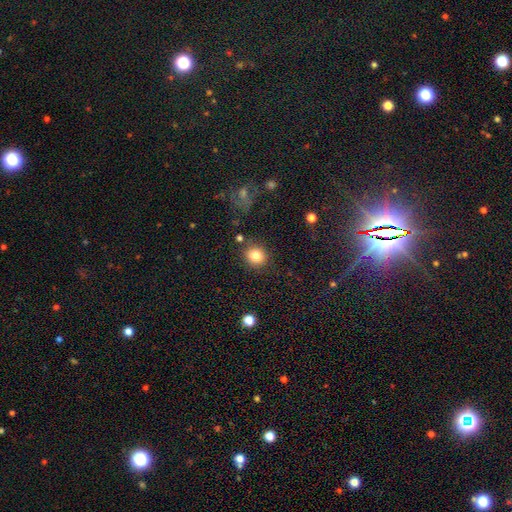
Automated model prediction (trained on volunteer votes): This appears to be a smooth galaxy with no disk features (83%) that is round (78%). Merging: none (84%).